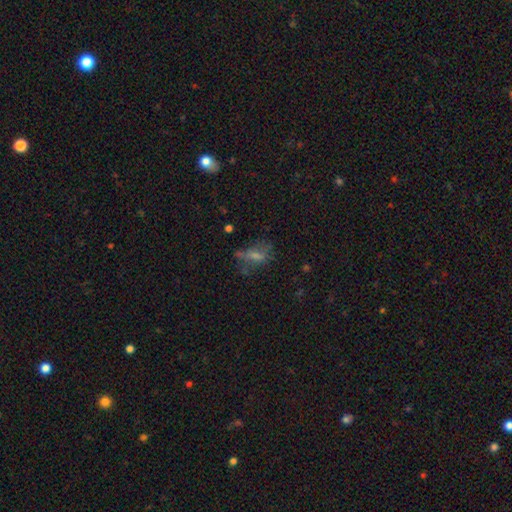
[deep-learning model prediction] Morphology: type=smooth (45%); merging=none (45%).